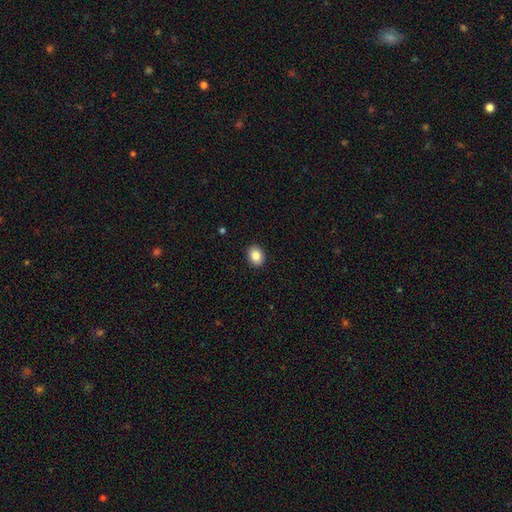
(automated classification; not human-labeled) Smooth or featured? Predicted: smooth (p=0.87). How rounded? Predicted: in between (p=0.62). Merging? Predicted: none (p=0.91).